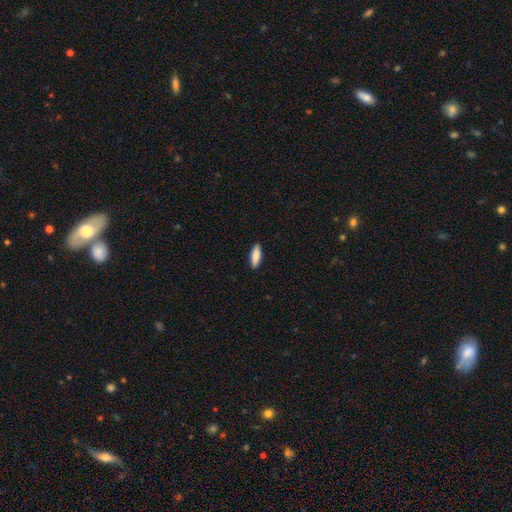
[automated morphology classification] Overall: smooth (86%). How rounded: in between (56%; cigar-shaped 42%). Merging: none (91%).